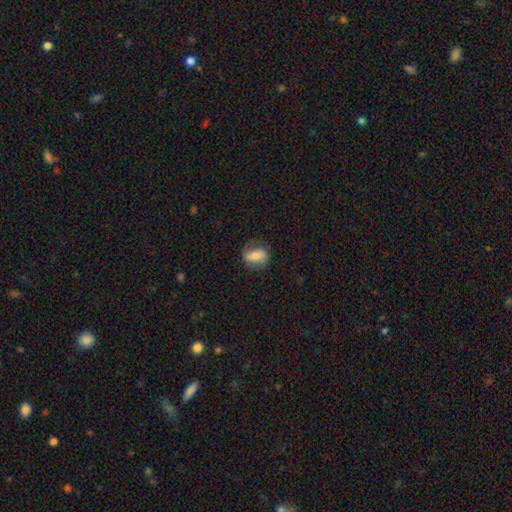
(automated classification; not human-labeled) This appears to be a smooth galaxy with no disk features (65%) that is in between round and cigar-shaped (72%). Merging: none (69%).